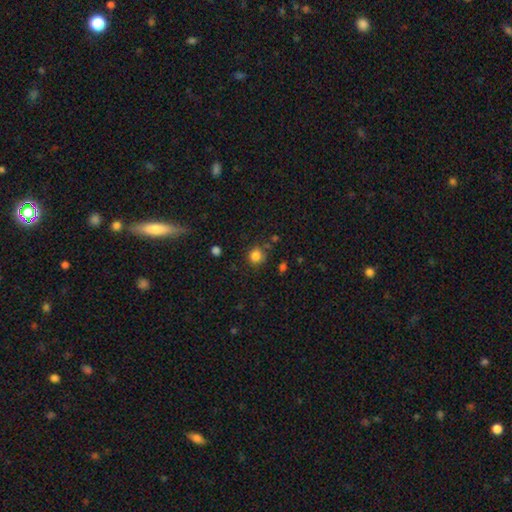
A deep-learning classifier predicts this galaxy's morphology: Overall: smooth (83%). How rounded: round (88%). Merging: none (78%).